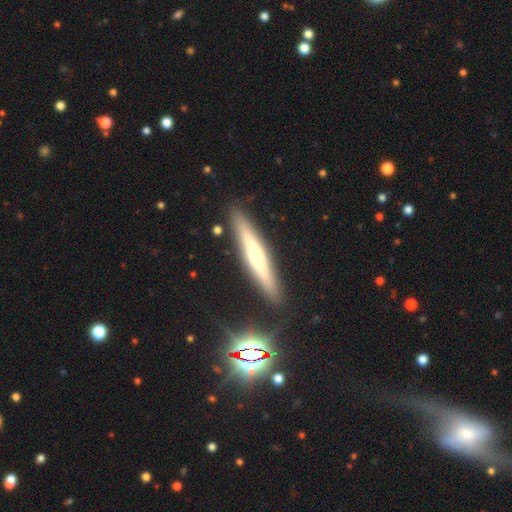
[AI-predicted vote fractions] Smooth or featured? Predicted: featured or disk (p=0.56). Edge-on disk? Predicted: yes (p=0.93). Edge-on bulge? Predicted: rounded (p=0.81). Merging? Predicted: none (p=0.89).